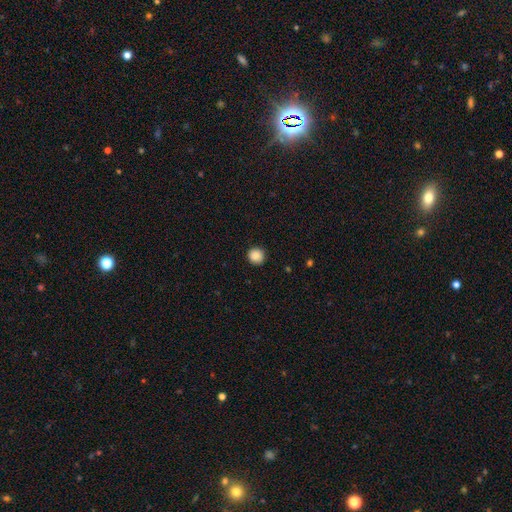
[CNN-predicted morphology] Q: Smooth or featured?
A: smooth (88%); runner-up: star or artifact (9%)
Q: How rounded?
A: round (94%); runner-up: in between (5%)
Q: Merging?
A: none (92%); runner-up: minor disturbance (6%)